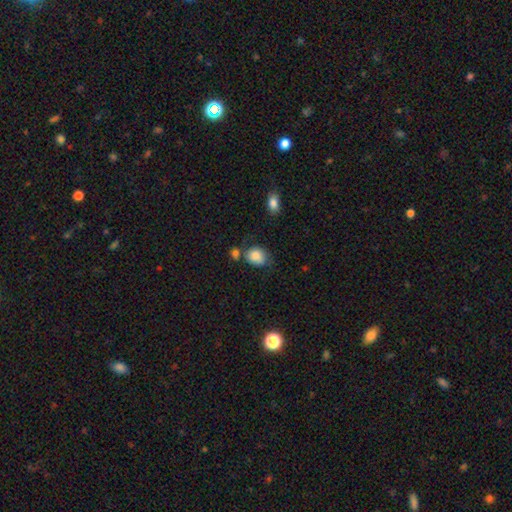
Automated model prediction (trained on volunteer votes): Smooth or featured? smooth (83%)
How rounded? round (50%)
Merging? none (55%)